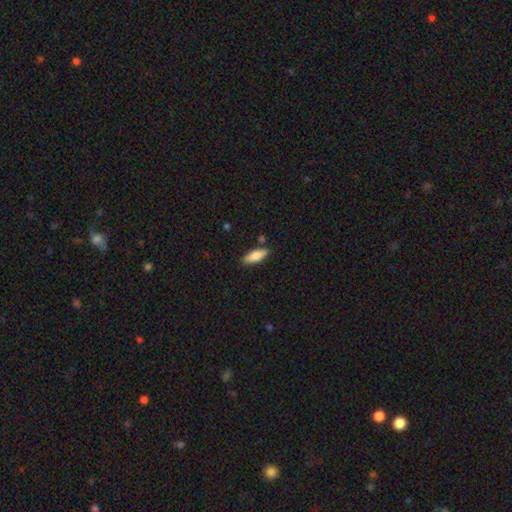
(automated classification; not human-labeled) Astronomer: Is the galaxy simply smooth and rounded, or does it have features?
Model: smooth — 80%.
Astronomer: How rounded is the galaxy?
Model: in between — 67%.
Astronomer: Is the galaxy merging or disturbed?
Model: none — 82%.